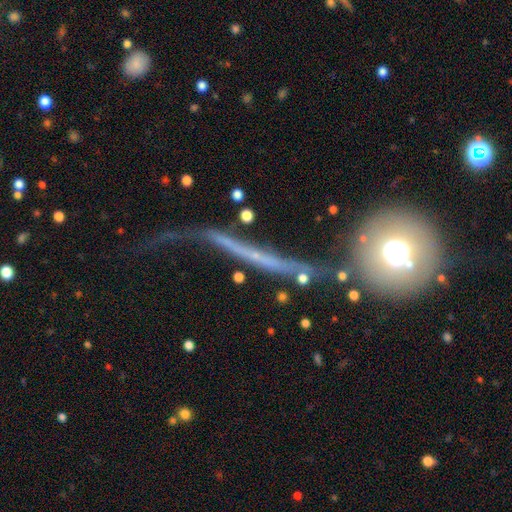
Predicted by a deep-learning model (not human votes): Overall: featured or disk (53%; smooth 26%). Edge-on disk: yes (71%). Merging: none (60%).